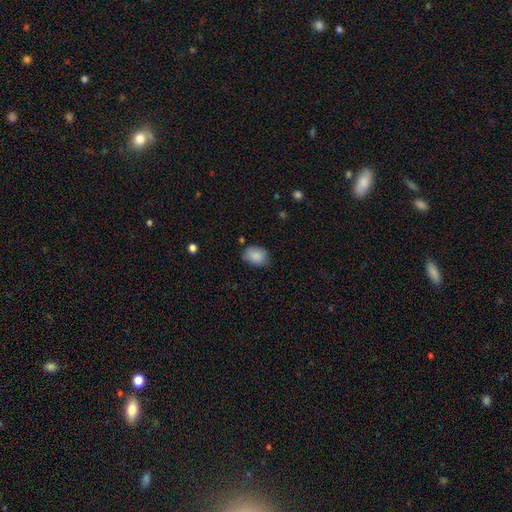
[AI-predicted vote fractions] Overall: smooth (87%). How rounded: in between (73%). Merging: none (71%).